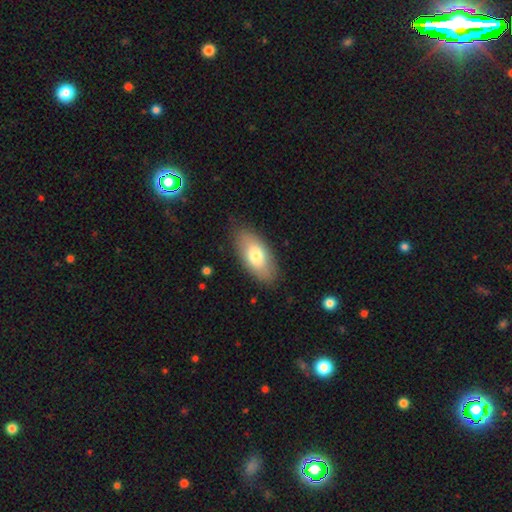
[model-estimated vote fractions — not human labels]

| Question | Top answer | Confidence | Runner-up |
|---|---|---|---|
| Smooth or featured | smooth | 75% | featured or disk (19%) |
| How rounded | in between | 91% | cigar-shaped (6%) |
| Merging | none | 83% | minor disturbance (13%) |